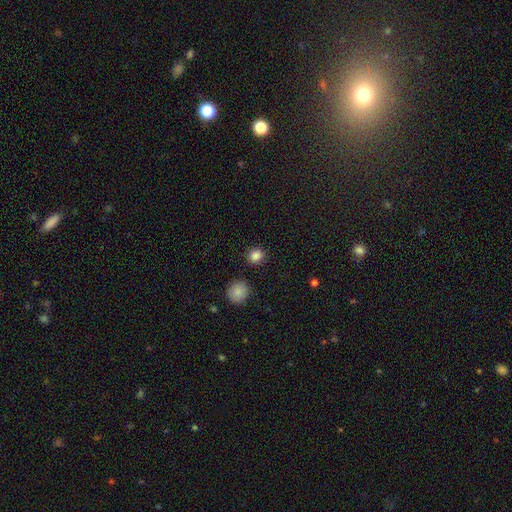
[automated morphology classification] Smooth or featured: smooth — 86% (star or artifact — 11%)
How rounded: round — 88% (in between — 11%)
Merging: none — 90% (minor disturbance — 6%)